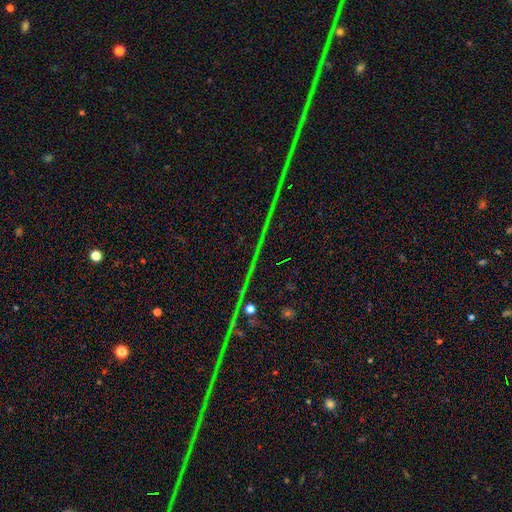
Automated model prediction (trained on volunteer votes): smooth-or-featured: star or artifact: 85% | featured or disk: 8% | smooth: 6%